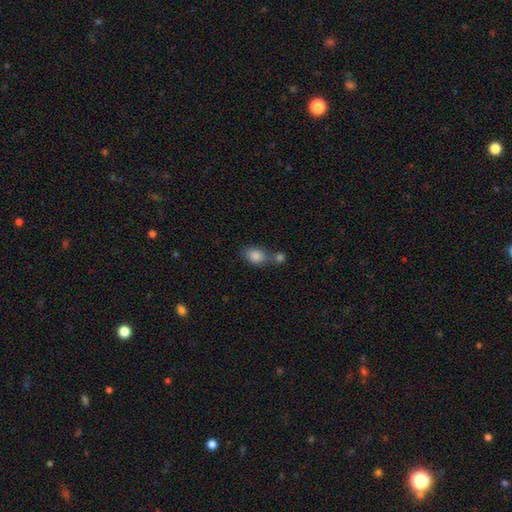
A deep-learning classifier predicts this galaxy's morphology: The model was most divided on "merging": merger: 41%, none: 40%, minor disturbance: 13%, major disturbance: 5%. More confident: smooth or featured — smooth (84%); how rounded — in between (71%).